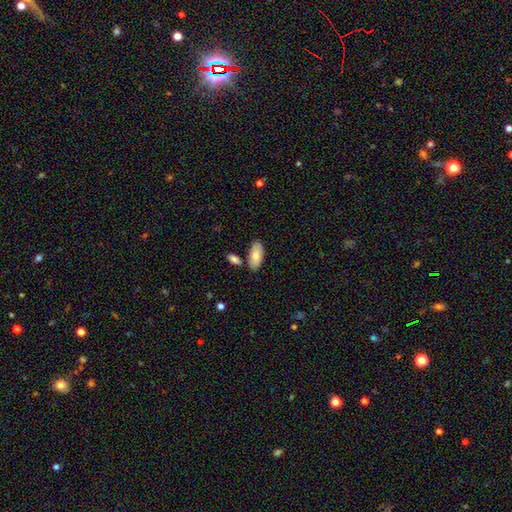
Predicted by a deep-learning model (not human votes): The model was most divided on "merging": none: 77%, minor disturbance: 12%, merger: 9%, major disturbance: 3%. More confident: how rounded — in between (91%); smooth or featured — smooth (84%).